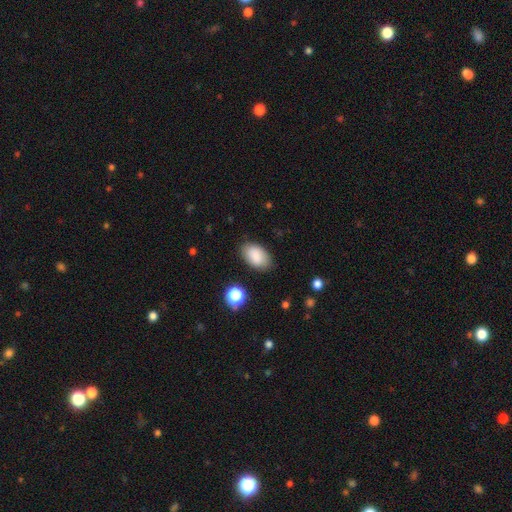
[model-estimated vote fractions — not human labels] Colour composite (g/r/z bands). It shows a smooth galaxy with no disk features (86%) that is in between round and cigar-shaped (93%). Merging: none (81%).